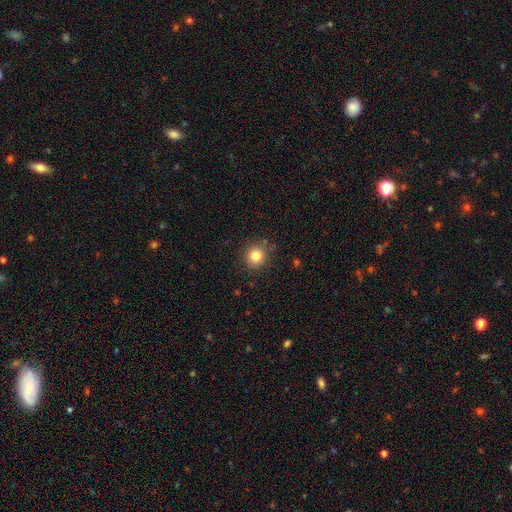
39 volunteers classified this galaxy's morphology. Overall: smooth (87%). How rounded: round (97%). Merging: none (87%).